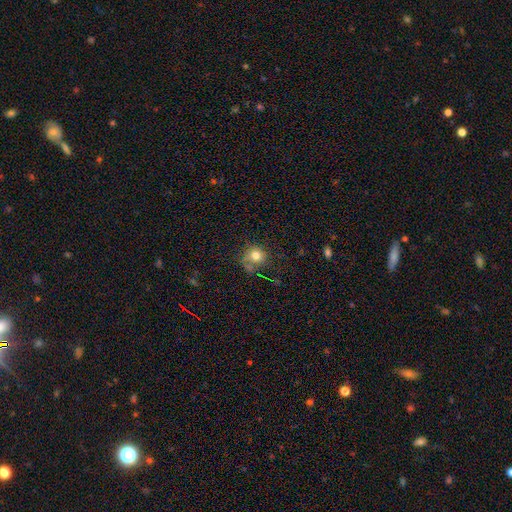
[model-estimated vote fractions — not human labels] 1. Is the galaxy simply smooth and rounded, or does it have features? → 78% smooth, 12% star or artifact, 11% featured or disk.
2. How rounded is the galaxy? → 82% round, 17% in between, 1% cigar-shaped.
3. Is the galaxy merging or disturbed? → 59% none, 21% minor disturbance, 11% major disturbance, 9% merger.